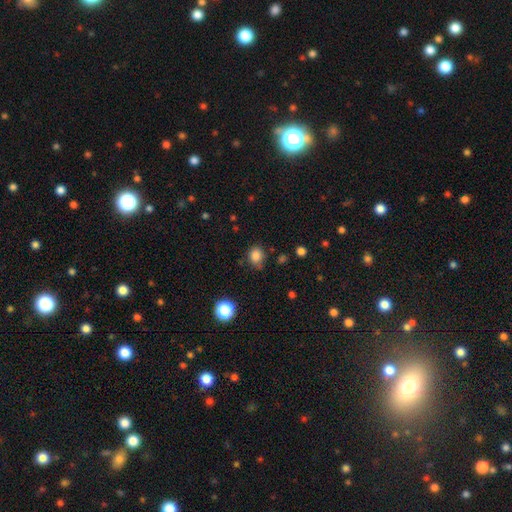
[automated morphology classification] Smooth or featured? Predicted: smooth (p=0.83). How rounded? Predicted: round (p=0.65). Merging? Predicted: none (p=0.69).